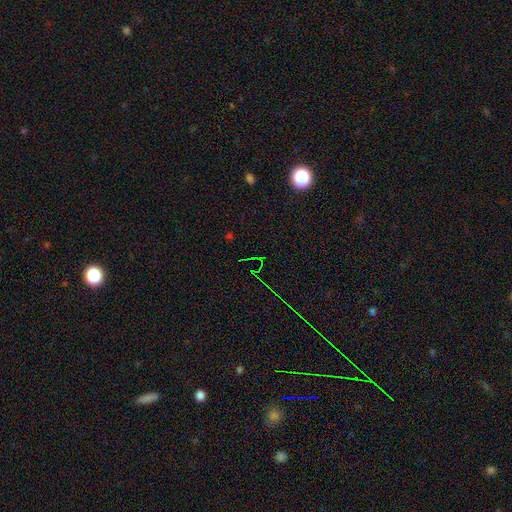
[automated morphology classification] Smooth or featured?
  - star or artifact: 78% *
  - smooth: 12%
  - featured or disk: 11%